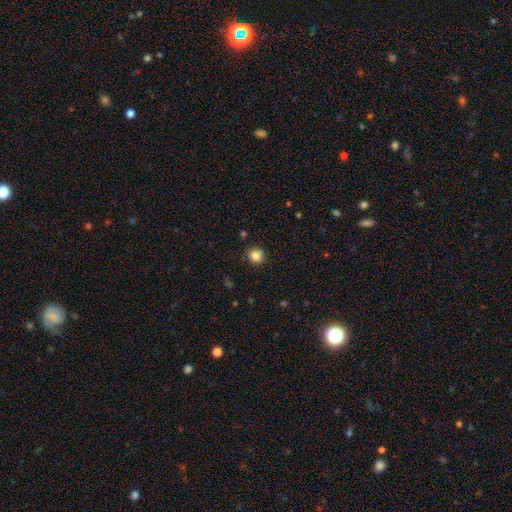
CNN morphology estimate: smooth_or_featured: smooth (p=0.83) [alt: star or artifact p=0.11]
how_rounded: round (p=0.87) [alt: in between p=0.12]
merging: none (p=0.86) [alt: minor disturbance p=0.10]